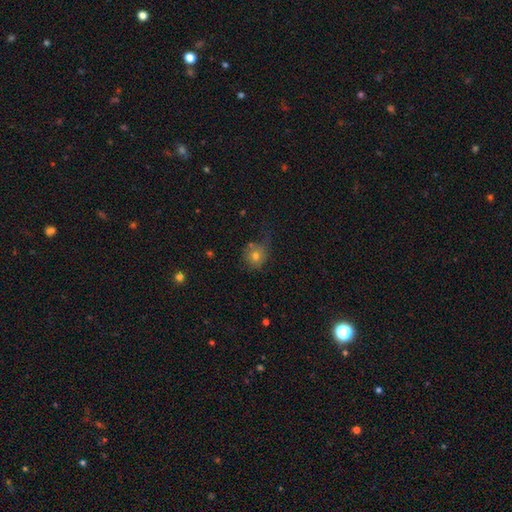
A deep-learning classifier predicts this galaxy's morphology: smooth-or-featured: smooth: 71% | featured or disk: 15% | star or artifact: 14%
  how-rounded: round: 85% | in between: 14% | cigar-shaped: 1%
  merging: none: 57% | minor disturbance: 25% | major disturbance: 13% | merger: 5%